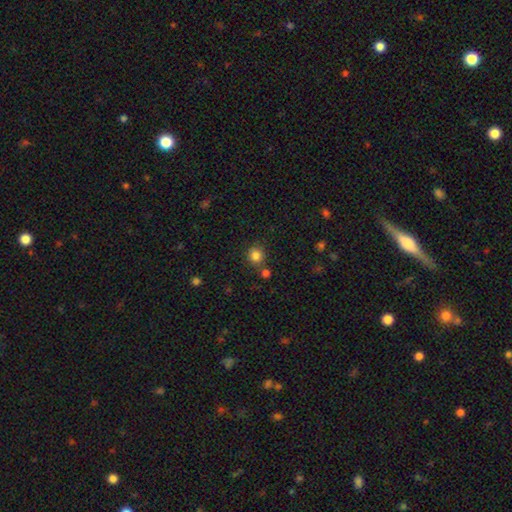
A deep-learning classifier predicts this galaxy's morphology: smooth-or-featured: smooth: 83% | star or artifact: 12% | featured or disk: 5%
  how-rounded: round: 89% | in between: 10% | cigar-shaped: 1%
  merging: none: 75% | merger: 12% | minor disturbance: 9% | major disturbance: 3%